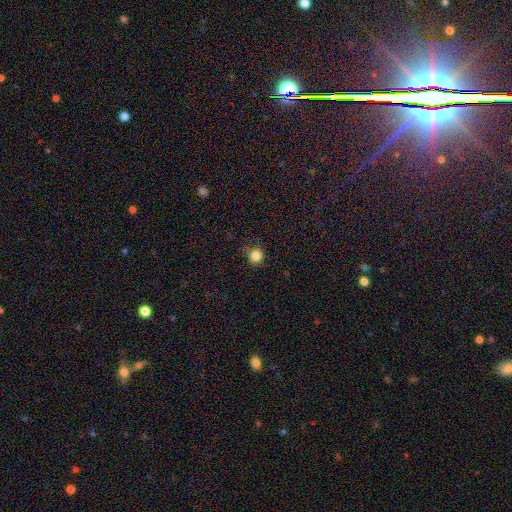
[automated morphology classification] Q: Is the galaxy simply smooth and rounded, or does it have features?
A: smooth — 84%.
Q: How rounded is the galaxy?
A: round — 91%.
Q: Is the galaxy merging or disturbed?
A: none — 81%.